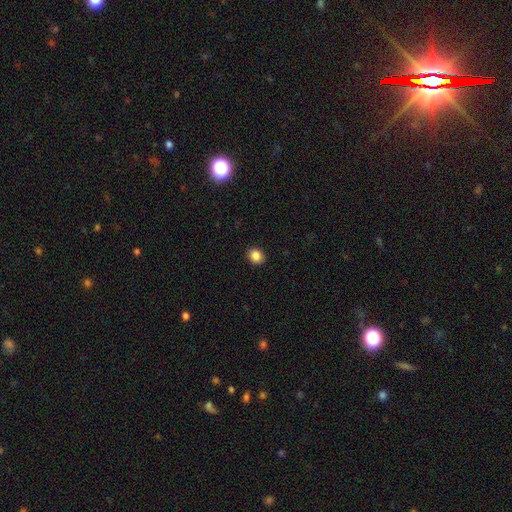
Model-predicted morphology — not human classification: A smooth galaxy with no disk features (86%) that is round (66%).

Vote fractions:
- Smooth or featured? smooth: 86% / star or artifact: 10% / featured or disk: 4%
- How rounded? round: 66% / in between: 33% / cigar-shaped: 1%
- Merging? none: 92% / minor disturbance: 6% / major disturbance: 2% / merger: 1%